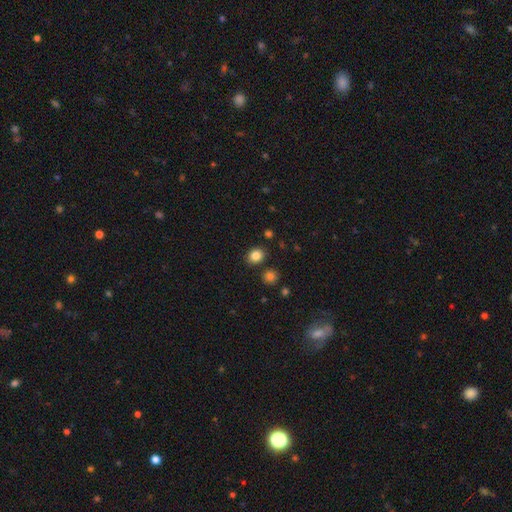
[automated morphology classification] smooth_or_featured: smooth (p=0.84) [alt: star or artifact p=0.11]
how_rounded: round (p=0.61) [alt: in between p=0.39]
merging: none (p=0.84) [alt: minor disturbance p=0.09]